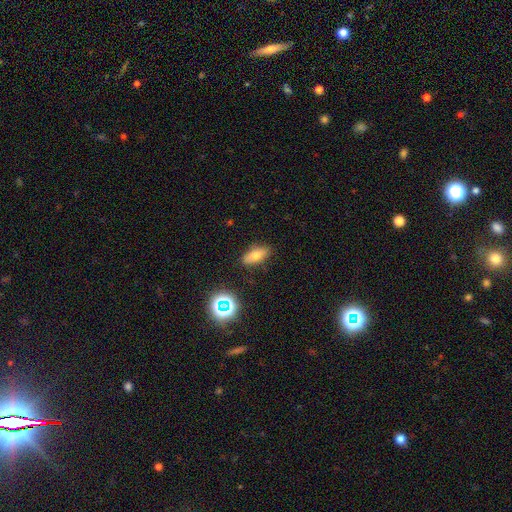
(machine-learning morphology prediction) Overall: smooth (66%). How rounded: in between (77%). Merging: none (85%).